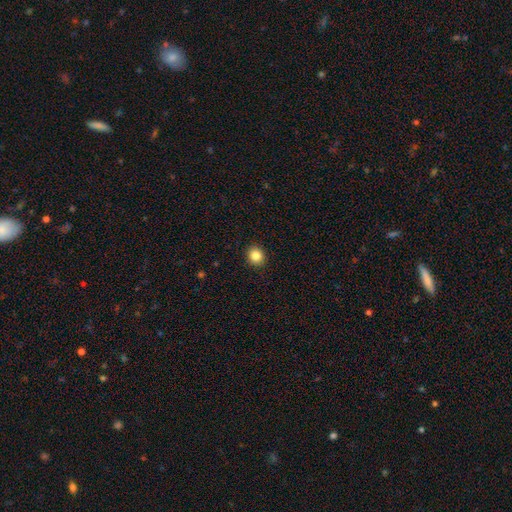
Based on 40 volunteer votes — Q: Smooth or featured?
A: smooth (88%); runner-up: star or artifact (12%)
Q: How rounded?
A: round (74%); runner-up: in between (26%)
Q: Merging?
A: none (83%); runner-up: minor disturbance (11%)